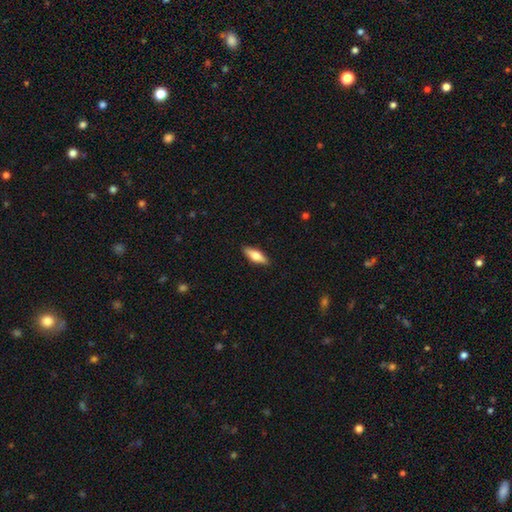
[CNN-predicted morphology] Smooth or featured?
  - smooth: 60% *
  - featured or disk: 34%
  - star or artifact: 6%
How rounded?
  - in between: 55% *
  - cigar-shaped: 42%
  - round: 3%
Merging?
  - none: 89% *
  - minor disturbance: 8%
  - major disturbance: 2%
  - merger: 1%